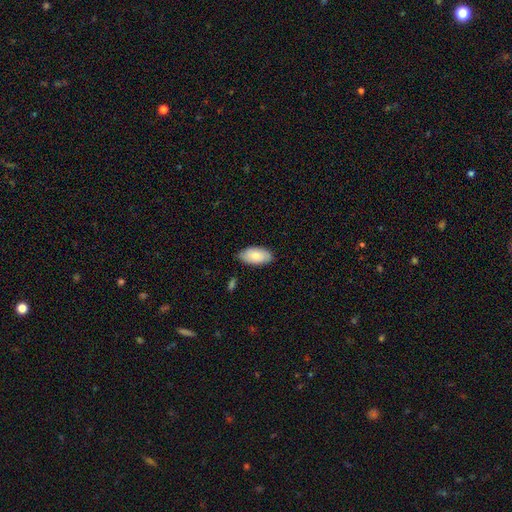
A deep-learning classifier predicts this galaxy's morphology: smooth_or_featured: smooth (p=0.81) [alt: featured or disk p=0.13]
how_rounded: in between (p=0.95) [alt: cigar-shaped p=0.03]
merging: none (p=0.82) [alt: minor disturbance p=0.14]